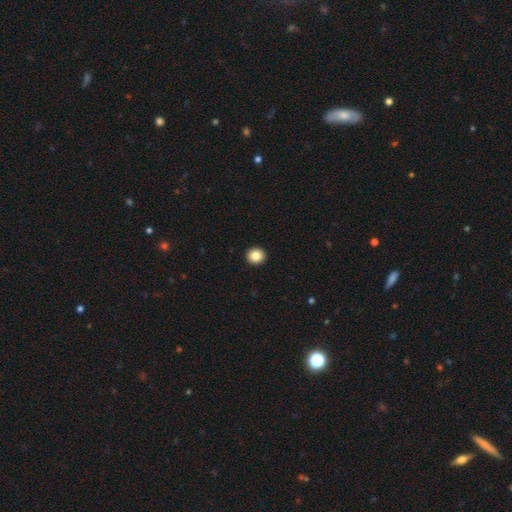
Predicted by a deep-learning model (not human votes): Smooth or featured? smooth (86%)
How rounded? round (89%)
Merging? none (94%)